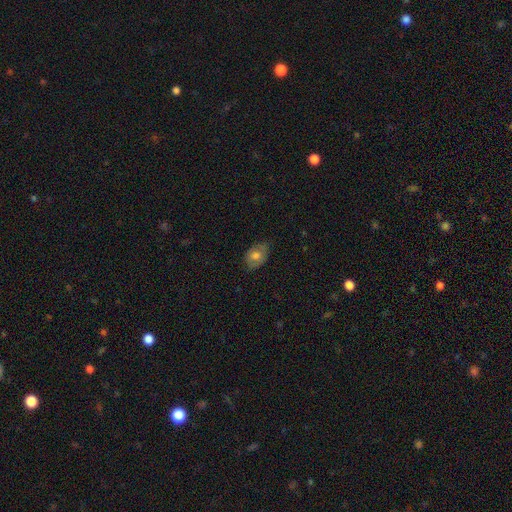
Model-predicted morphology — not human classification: Overall: smooth (69%). How rounded: in between (77%). Merging: none (72%).